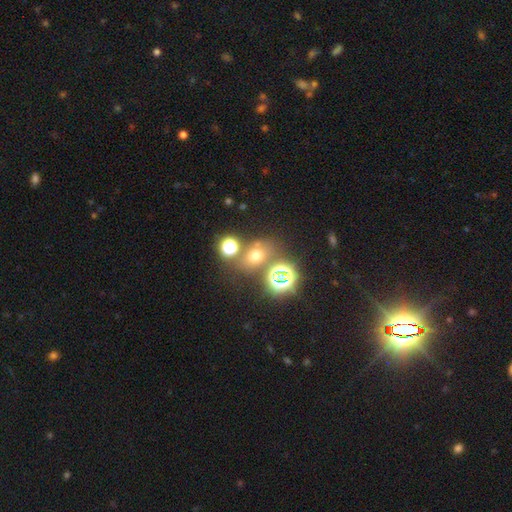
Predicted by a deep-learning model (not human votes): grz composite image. It shows a smooth galaxy with no disk features (55%) that is round (52%). Merging: none (67%).